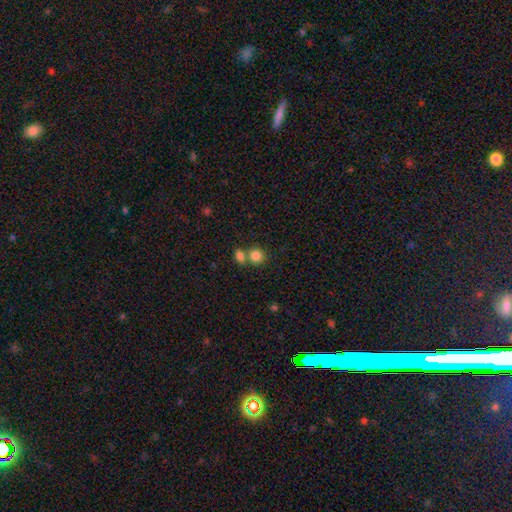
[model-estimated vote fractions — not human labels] smooth 83%, star or artifact 10%, featured or disk 6%. Down the decision tree: how rounded — round (83%); merging — none (51%).